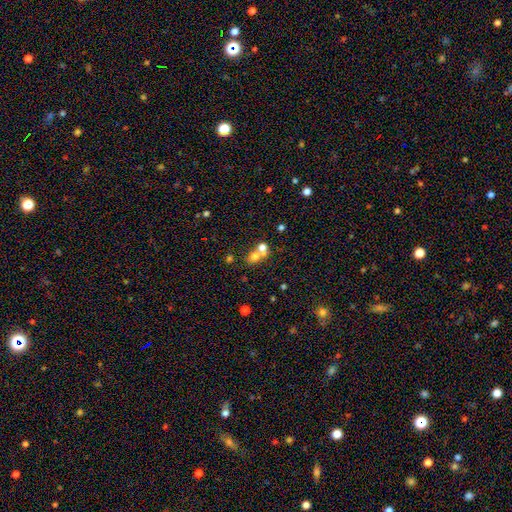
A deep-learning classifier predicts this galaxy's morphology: smooth_or_featured: smooth (p=0.66) [alt: featured or disk p=0.18]
how_rounded: round (p=0.68) [alt: in between p=0.31]
merging: merger (p=0.62) [alt: none p=0.29]